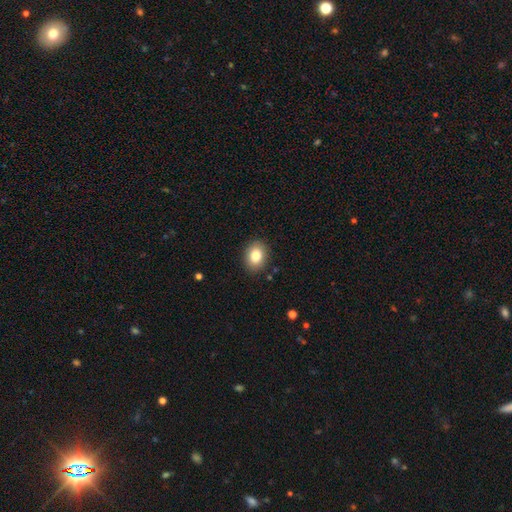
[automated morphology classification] type=smooth (82%); roundness=in between (61%); merging=none (88%).